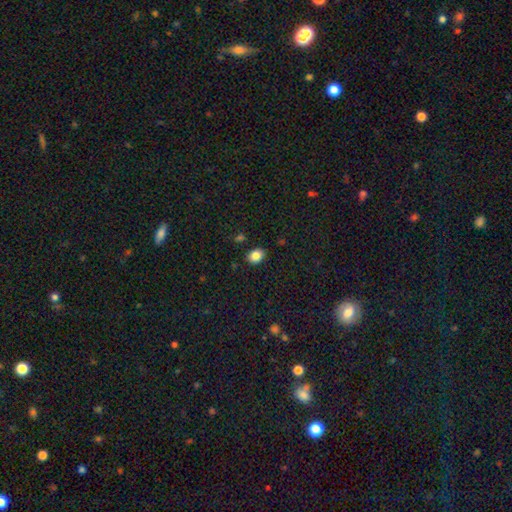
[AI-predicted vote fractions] The model was most divided on "how rounded": in between: 64%, round: 35%, cigar-shaped: 1%. More confident: merging — none (87%); smooth or featured — smooth (85%).